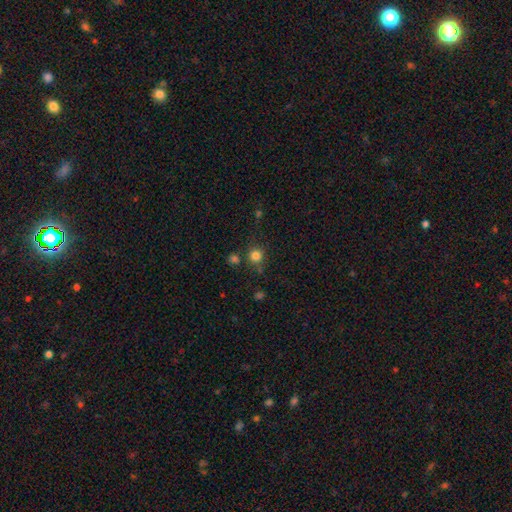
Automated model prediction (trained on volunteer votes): Q: Smooth or featured?
A: smooth (81%); runner-up: star or artifact (14%)
Q: How rounded?
A: round (92%); runner-up: in between (7%)
Q: Merging?
A: none (78%); runner-up: minor disturbance (9%)